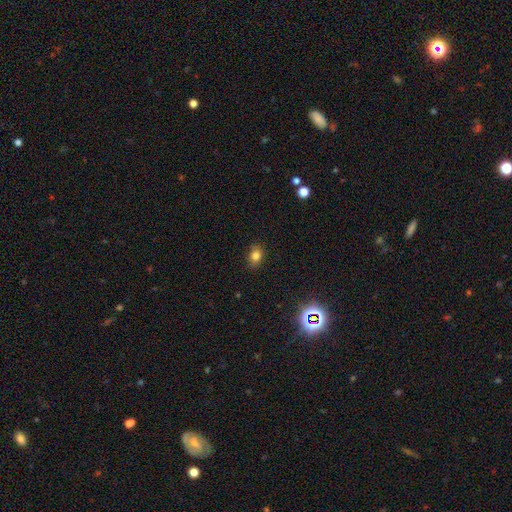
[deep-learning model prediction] smooth_or_featured: smooth (p=0.78) [alt: star or artifact p=0.14]
how_rounded: in between (p=0.60) [alt: round p=0.38]
merging: none (p=0.83) [alt: minor disturbance p=0.13]